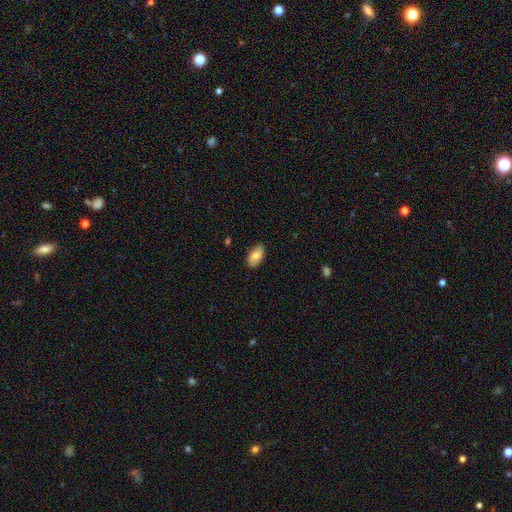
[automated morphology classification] Smooth or featured?
  - smooth: 80% *
  - featured or disk: 13%
  - star or artifact: 6%
How rounded?
  - in between: 94% *
  - round: 3%
  - cigar-shaped: 3%
Merging?
  - none: 83% *
  - minor disturbance: 14%
  - major disturbance: 2%
  - merger: 1%